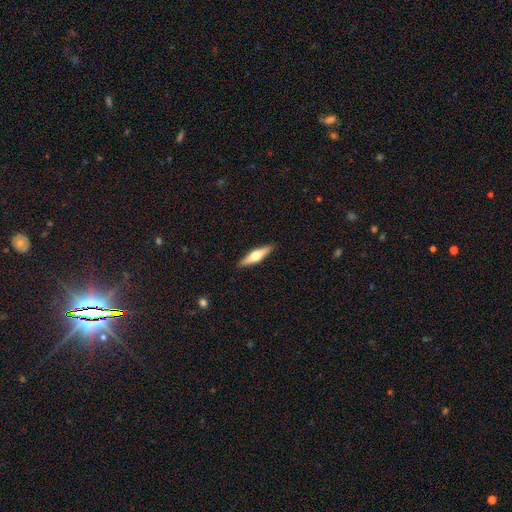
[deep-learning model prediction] Smooth or featured? Predicted: featured or disk (p=0.60). Edge-on disk? Predicted: yes (p=0.96). Edge-on bulge? Predicted: rounded (p=0.95). Merging? Predicted: none (p=0.91).